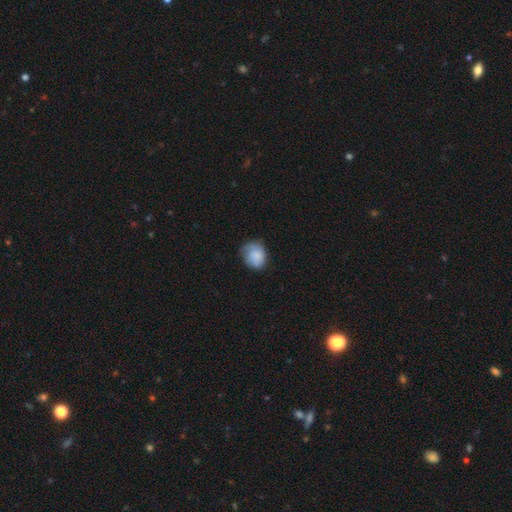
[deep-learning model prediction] Smooth or featured?
  - smooth: 75% *
  - featured or disk: 18%
  - star or artifact: 7%
How rounded?
  - round: 60% *
  - in between: 39%
  - cigar-shaped: 1%
Merging?
  - none: 55% *
  - minor disturbance: 32%
  - major disturbance: 12%
  - merger: 1%